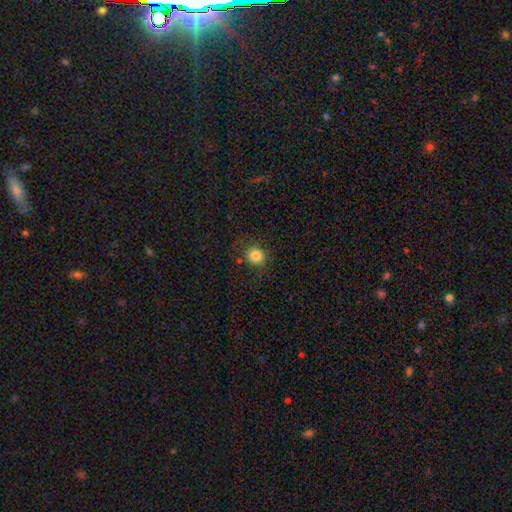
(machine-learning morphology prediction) A smooth galaxy with no disk features (83%) that is round (87%). Merging: none (83%).